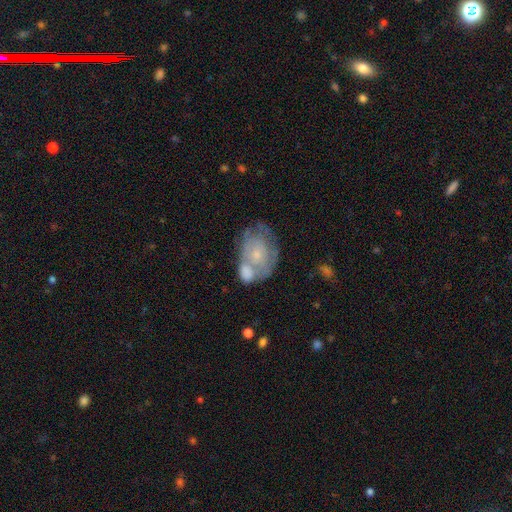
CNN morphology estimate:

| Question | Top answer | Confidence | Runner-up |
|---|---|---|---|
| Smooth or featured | featured or disk | 53% | smooth (40%) |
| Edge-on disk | no | 96% | yes (4%) |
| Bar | no | 83% | weak (14%) |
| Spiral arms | no | 53% | yes (47%) |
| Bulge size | small | 58% | moderate (31%) |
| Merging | merger | 43% | none (29%) |